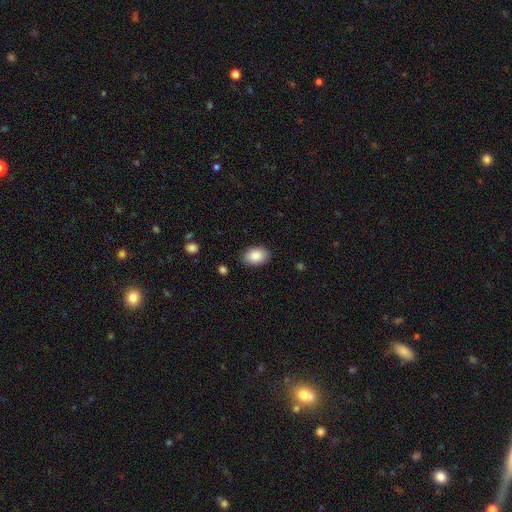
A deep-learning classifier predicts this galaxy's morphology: type=smooth (87%); roundness=in between (84%); merging=none (87%).